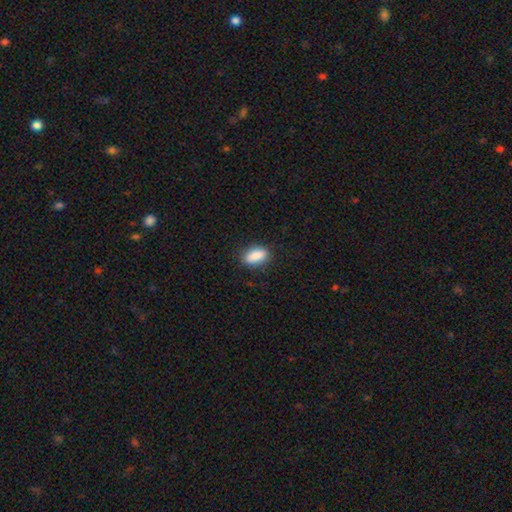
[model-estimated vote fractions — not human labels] This is clearly a smooth galaxy (89%). How rounded: clearly in between (87%). Merging: clearly none (86%).